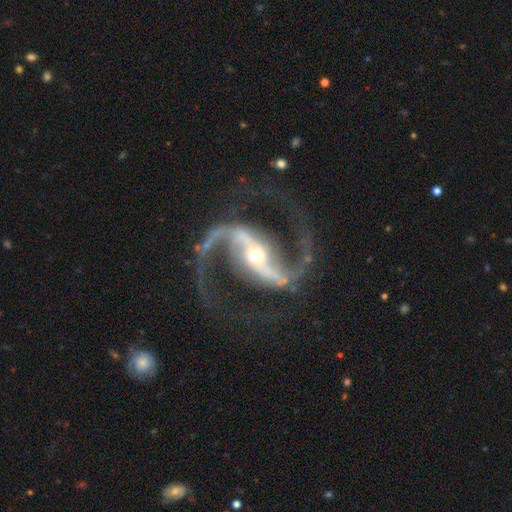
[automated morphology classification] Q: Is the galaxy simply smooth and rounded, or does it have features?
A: featured or disk — 94%.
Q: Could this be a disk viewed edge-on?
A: no — 97%.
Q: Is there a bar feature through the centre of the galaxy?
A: strong — 69%.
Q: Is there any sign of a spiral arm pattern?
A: yes — 98%.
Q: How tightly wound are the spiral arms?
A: medium — 51%.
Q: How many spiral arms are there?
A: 2 — 95%.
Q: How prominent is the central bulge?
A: moderate — 50%.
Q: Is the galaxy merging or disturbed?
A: none — 80%.